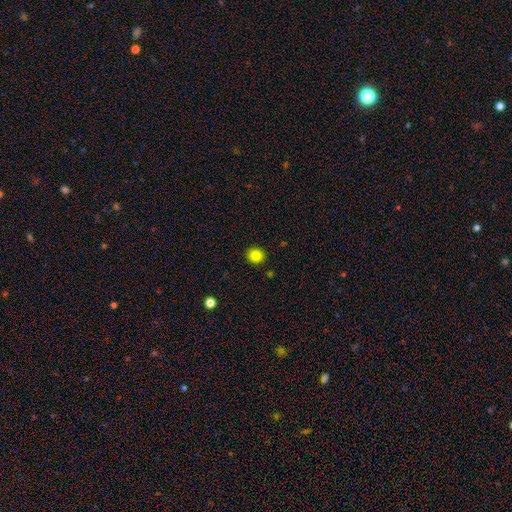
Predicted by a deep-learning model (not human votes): This appears to be a smooth galaxy with no disk features (84%) that is round (85%). Merging: none (91%).